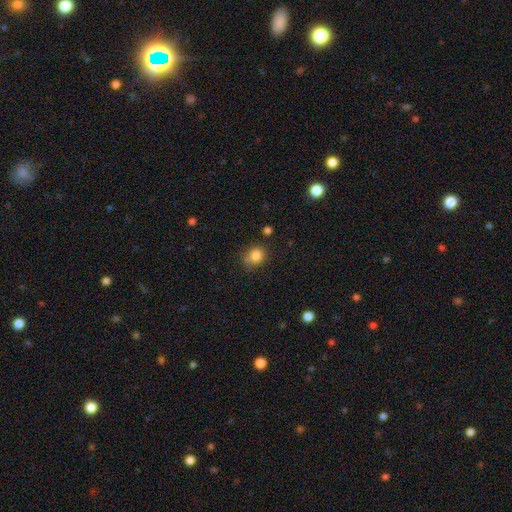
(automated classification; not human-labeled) Smooth or featured? Predicted: smooth (p=0.83). How rounded? Predicted: round (p=0.71). Merging? Predicted: none (p=0.64).